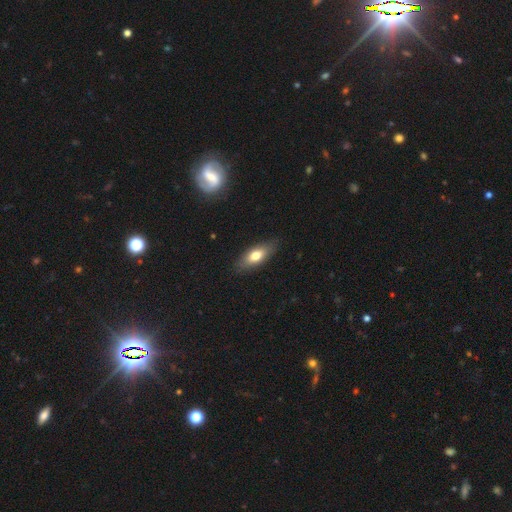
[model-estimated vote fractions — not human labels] Smooth or featured? smooth (71%)
How rounded? in between (74%)
Merging? none (84%)